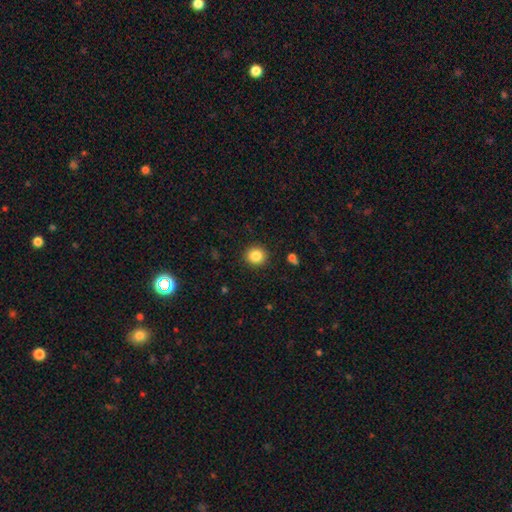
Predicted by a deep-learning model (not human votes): Smooth or featured: smooth — 86% (star or artifact — 10%)
How rounded: round — 91% (in between — 8%)
Merging: none — 92% (minor disturbance — 5%)